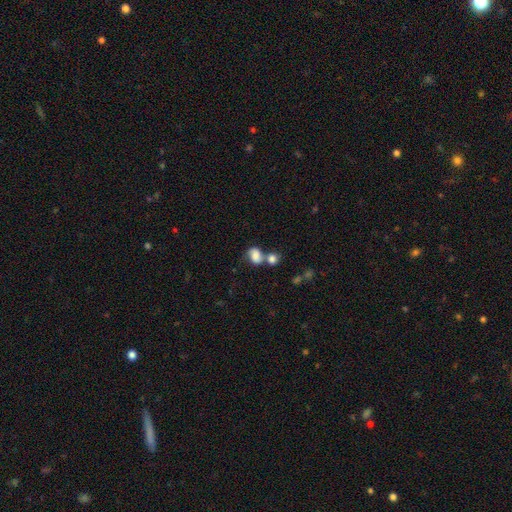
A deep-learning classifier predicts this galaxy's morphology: smooth 73%, featured or disk 17%, star or artifact 10%. Down the decision tree: how rounded — in between (66%); merging — merger (49%).